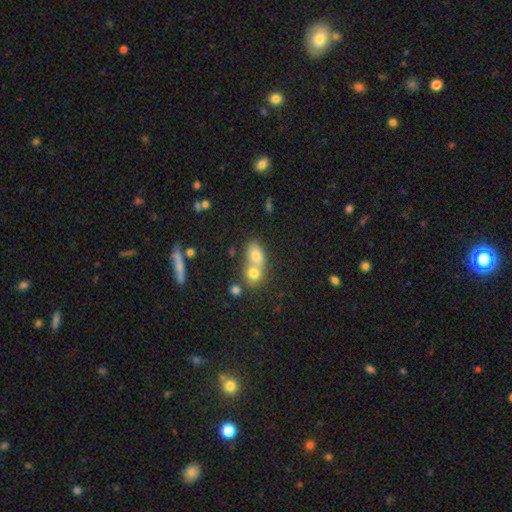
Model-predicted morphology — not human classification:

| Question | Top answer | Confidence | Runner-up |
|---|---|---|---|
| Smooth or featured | smooth | 73% | featured or disk (15%) |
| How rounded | in between | 64% | round (33%) |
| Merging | merger | 65% | none (25%) |